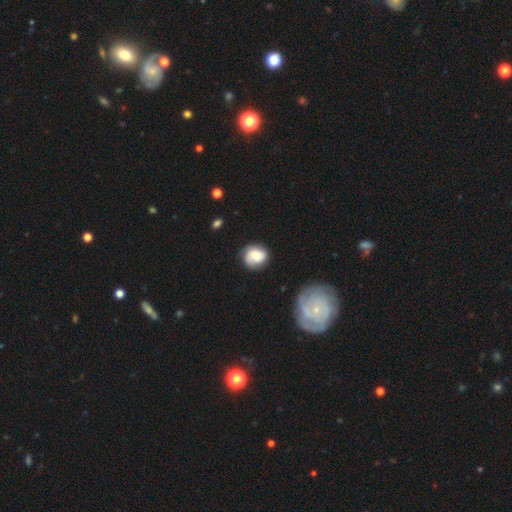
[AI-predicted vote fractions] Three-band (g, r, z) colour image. It shows a smooth galaxy with no disk features (48%). Merging: none (69%).